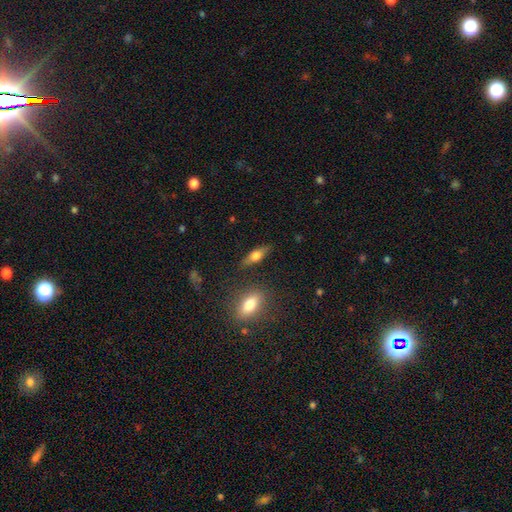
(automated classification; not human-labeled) This is possibly a smooth galaxy (53%). How rounded: possibly in between (56%). Merging: clearly none (82%).